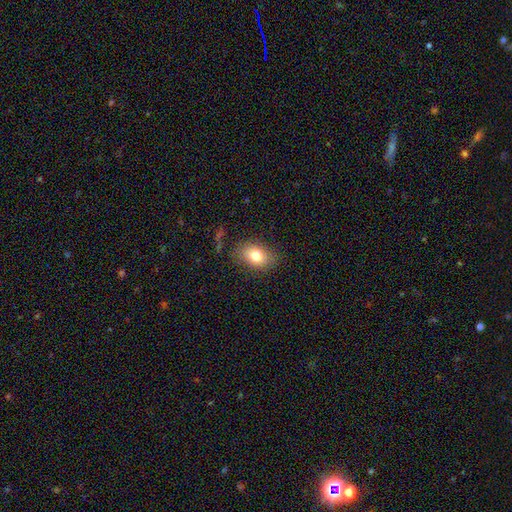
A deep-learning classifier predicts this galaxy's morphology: smooth-or-featured: smooth: 79% | featured or disk: 12% | star or artifact: 9%
  how-rounded: in between: 78% | round: 21% | cigar-shaped: 1%
  merging: none: 82% | minor disturbance: 13% | major disturbance: 4% | merger: 1%